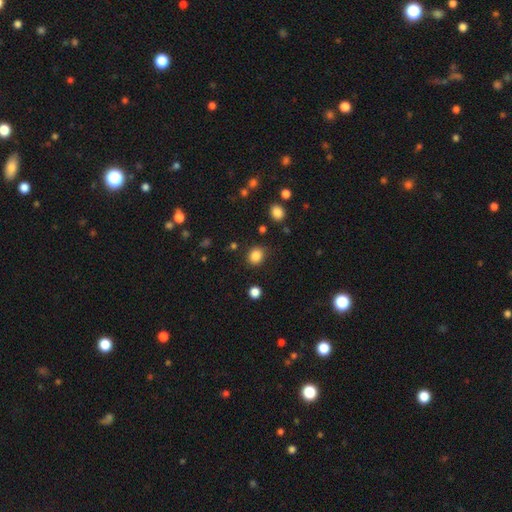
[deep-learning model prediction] This is clearly a smooth galaxy (85%). How rounded: likely round (67%). Merging: clearly none (83%).